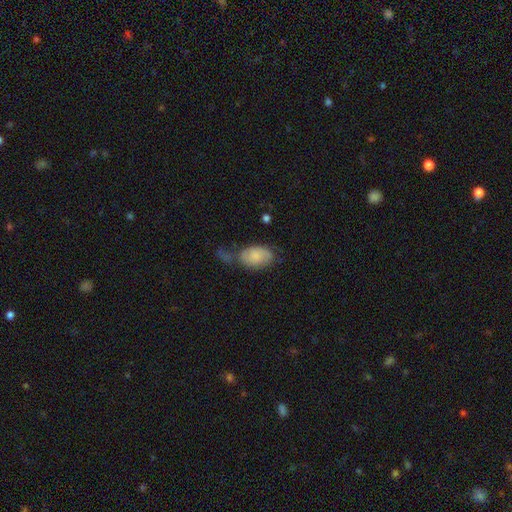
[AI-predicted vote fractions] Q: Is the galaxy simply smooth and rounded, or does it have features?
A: smooth — 69%.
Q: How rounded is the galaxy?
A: in between — 91%.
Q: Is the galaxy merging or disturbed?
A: none — 39%.